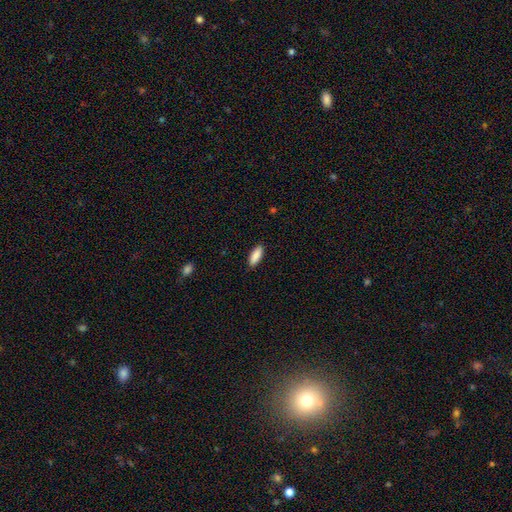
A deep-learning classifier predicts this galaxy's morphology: This appears to be a smooth galaxy with no disk features (89%) that is in between round and cigar-shaped (69%). Merging: none (89%).